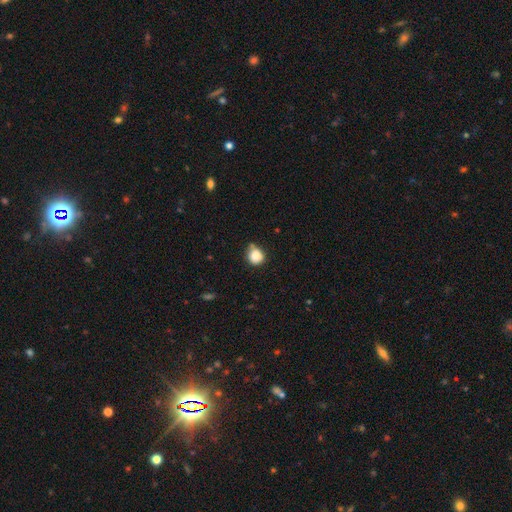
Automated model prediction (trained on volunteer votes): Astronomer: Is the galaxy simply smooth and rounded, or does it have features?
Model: smooth — 86%.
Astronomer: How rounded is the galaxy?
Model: round — 82%.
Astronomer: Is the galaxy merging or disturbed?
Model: none — 61%.